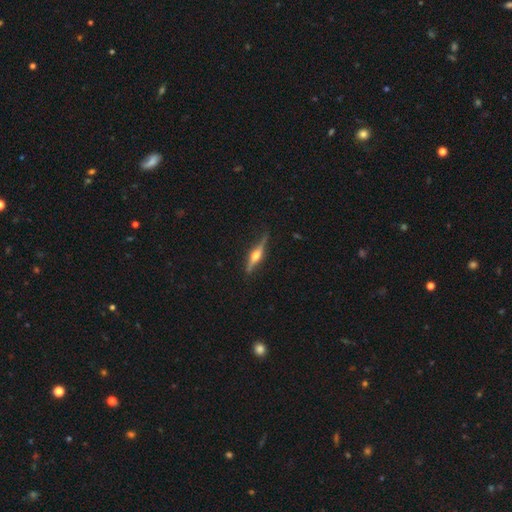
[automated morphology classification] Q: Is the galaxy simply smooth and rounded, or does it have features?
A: featured or disk — 75%.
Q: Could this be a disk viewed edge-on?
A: yes — 97%.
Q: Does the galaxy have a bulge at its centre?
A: rounded — 93%.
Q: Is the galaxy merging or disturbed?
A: none — 80%.